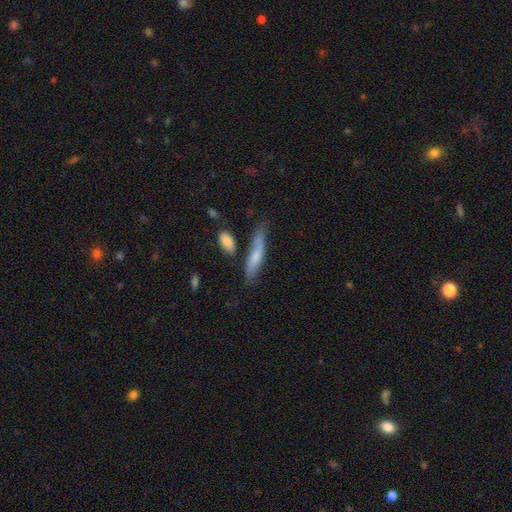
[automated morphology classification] This is likely a smooth galaxy (61%). How rounded: likely cigar-shaped (73%). Merging: likely none (60%).